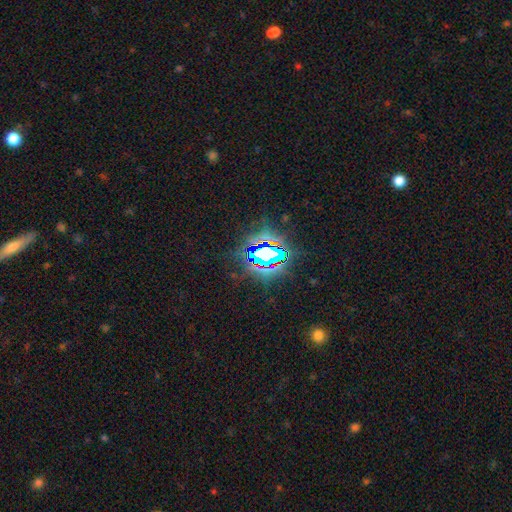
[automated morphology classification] The model was most divided on "smooth or featured": star or artifact: 80%, smooth: 11%, featured or disk: 9%.